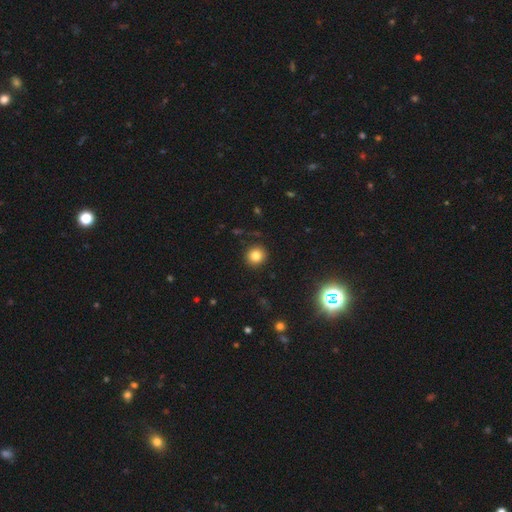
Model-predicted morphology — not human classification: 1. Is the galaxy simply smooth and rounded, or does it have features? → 81% smooth, 13% star or artifact, 7% featured or disk.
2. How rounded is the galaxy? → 92% round, 7% in between, 1% cigar-shaped.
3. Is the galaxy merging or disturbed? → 91% none, 6% minor disturbance, 2% major disturbance, 1% merger.